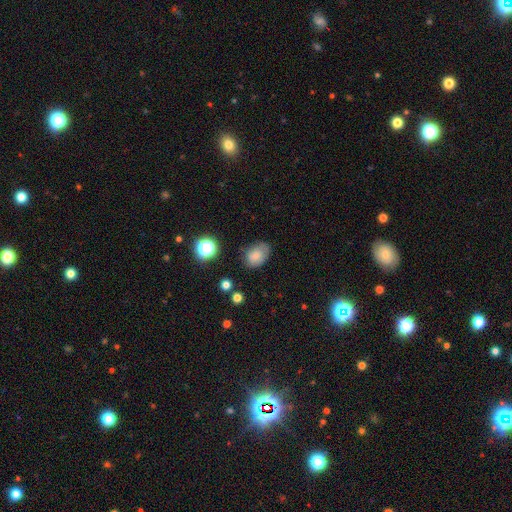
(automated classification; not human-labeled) Morphology: type=smooth (78%); roundness=in between (76%); merging=none (67%).